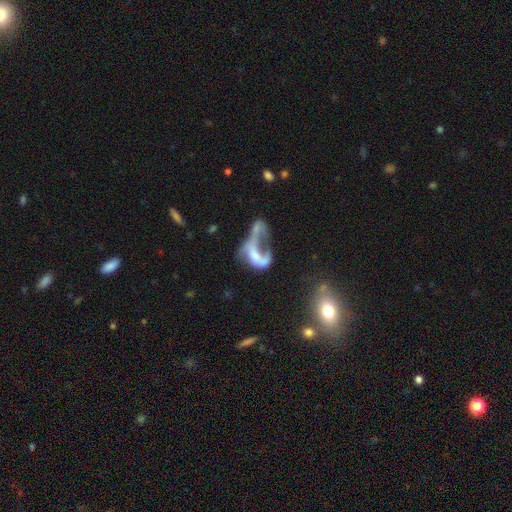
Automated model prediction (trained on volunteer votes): The model was most divided on "merging": major disturbance: 47%, merger: 34%, none: 12%, minor disturbance: 8%. Remaining: edge-on disk — no (96%); bar — no (72%); spiral arms — no (64%); smooth or featured — featured or disk (59%); bulge size — none (49%).